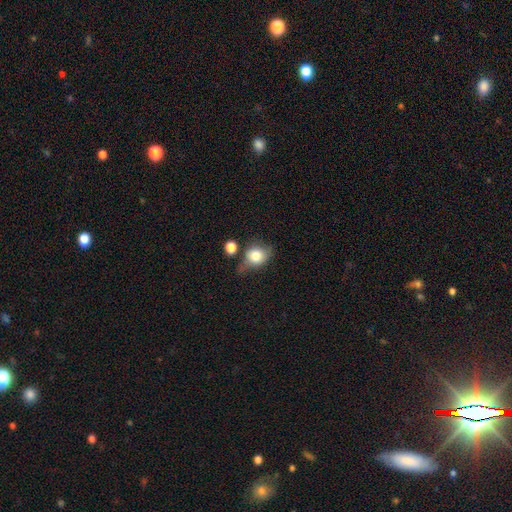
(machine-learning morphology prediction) Smooth or featured? smooth (72%)
How rounded? round (53%)
Merging? none (43%)